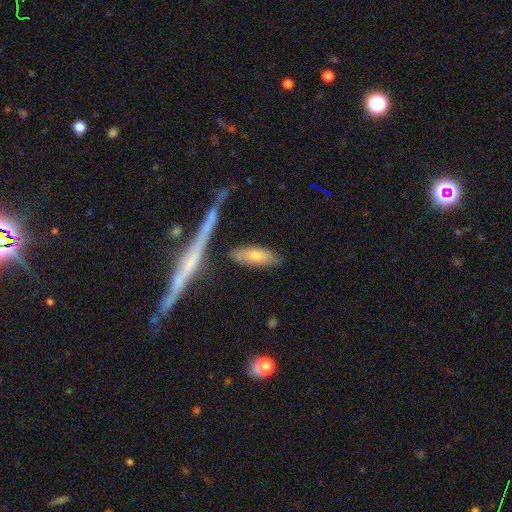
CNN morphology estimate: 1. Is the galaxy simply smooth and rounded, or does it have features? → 67% smooth, 27% featured or disk, 7% star or artifact.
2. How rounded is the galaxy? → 56% in between, 41% cigar-shaped, 3% round.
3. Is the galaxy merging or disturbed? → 75% none, 15% minor disturbance, 7% merger, 4% major disturbance.